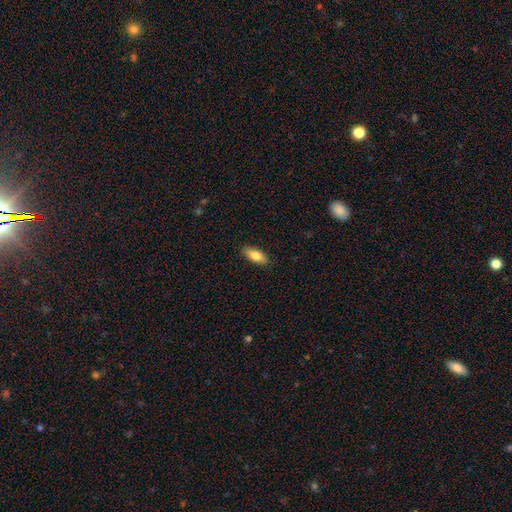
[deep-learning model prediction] Q: Smooth or featured?
A: smooth (82%); runner-up: featured or disk (11%)
Q: How rounded?
A: in between (81%); runner-up: cigar-shaped (17%)
Q: Merging?
A: none (88%); runner-up: minor disturbance (9%)